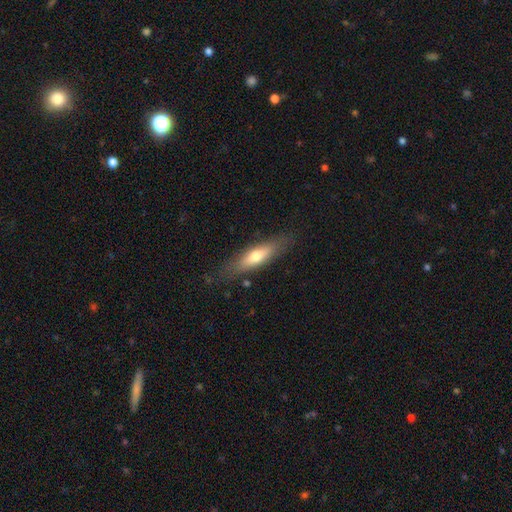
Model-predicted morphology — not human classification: smooth-or-featured: smooth: 58% | featured or disk: 36% | star or artifact: 6%
  how-rounded: cigar-shaped: 62% | in between: 36% | round: 2%
  merging: none: 81% | minor disturbance: 14% | major disturbance: 4% | merger: 2%